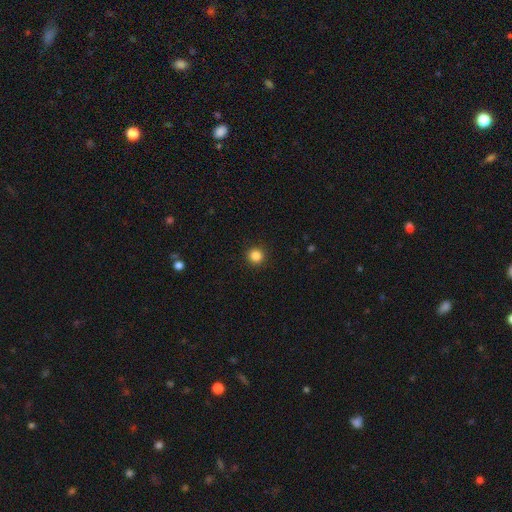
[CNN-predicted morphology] A smooth galaxy with no disk features (85%) that is round (95%). Merging: none (92%).